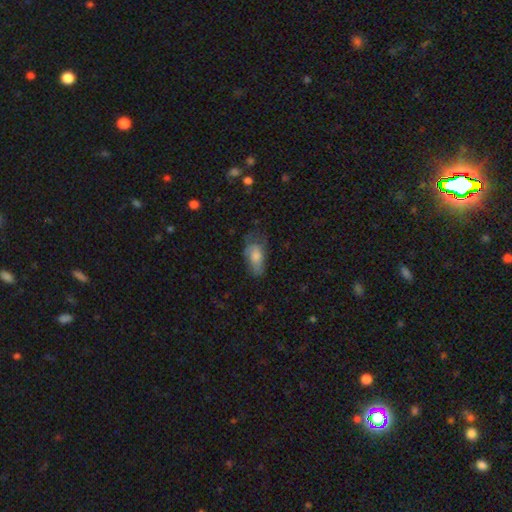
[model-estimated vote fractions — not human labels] smooth 67%, featured or disk 24%, star or artifact 9%. Down the decision tree: how rounded — in between (85%); merging — none (46%).